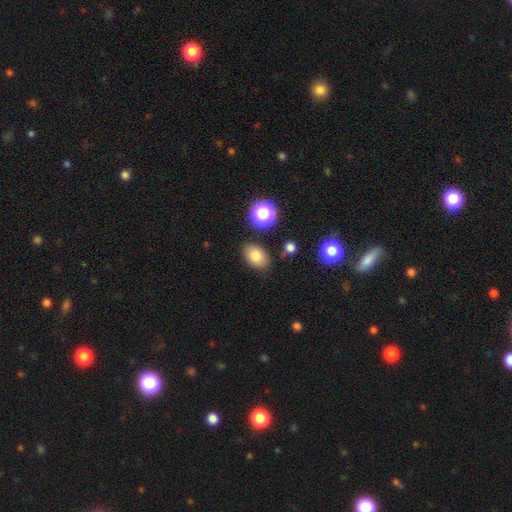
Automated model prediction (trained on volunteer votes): The model was most divided on "how rounded": in between: 78%, round: 20%, cigar-shaped: 1%. More confident: merging — none (83%); smooth or featured — smooth (79%).